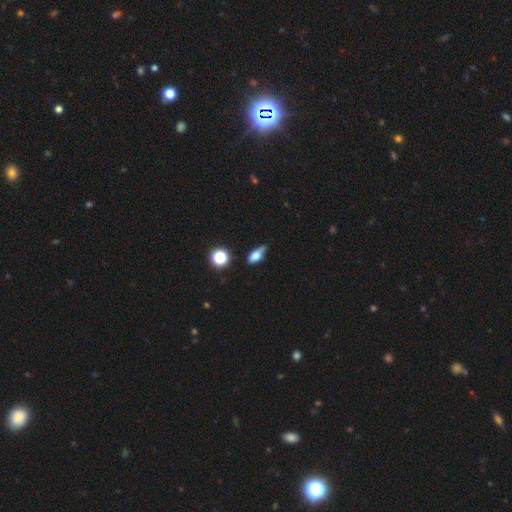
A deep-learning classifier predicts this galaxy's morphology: A smooth galaxy with no disk features (69%) that is in between round and cigar-shaped (74%).

Vote fractions:
- Smooth or featured? smooth: 69% / featured or disk: 20% / star or artifact: 11%
- How rounded? in between: 74% / cigar-shaped: 15% / round: 11%
- Merging? none: 42% / minor disturbance: 41% / major disturbance: 12% / merger: 6%